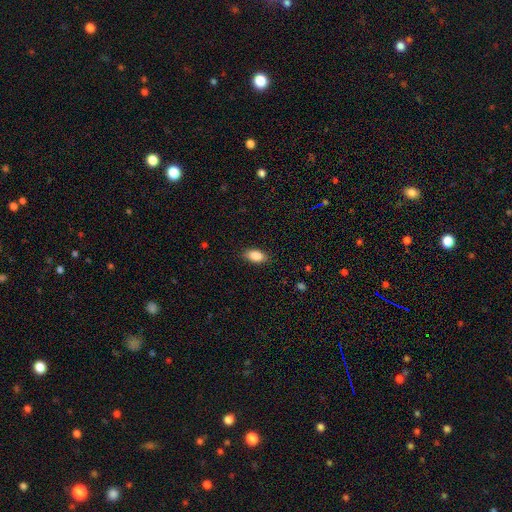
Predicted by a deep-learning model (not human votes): The model was most divided on "merging": none: 87%, minor disturbance: 10%, major disturbance: 2%, merger: 1%. More confident: how rounded — in between (92%); smooth or featured — smooth (87%).